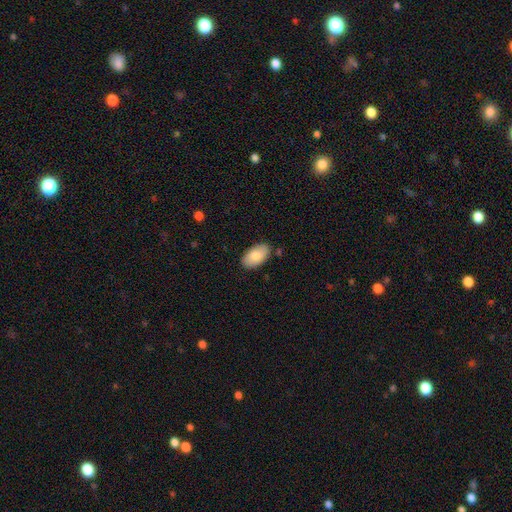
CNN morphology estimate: Smooth or featured: smooth — 84% (featured or disk — 10%)
How rounded: in between — 95% (round — 3%)
Merging: none — 84% (minor disturbance — 12%)